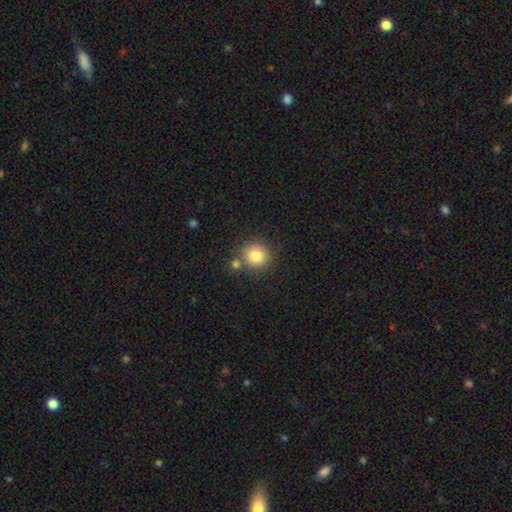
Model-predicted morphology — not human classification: Smooth or featured?
  - smooth: 82% *
  - star or artifact: 10%
  - featured or disk: 8%
How rounded?
  - round: 91% *
  - in between: 8%
  - cigar-shaped: 1%
Merging?
  - none: 74% *
  - merger: 14%
  - minor disturbance: 9%
  - major disturbance: 3%